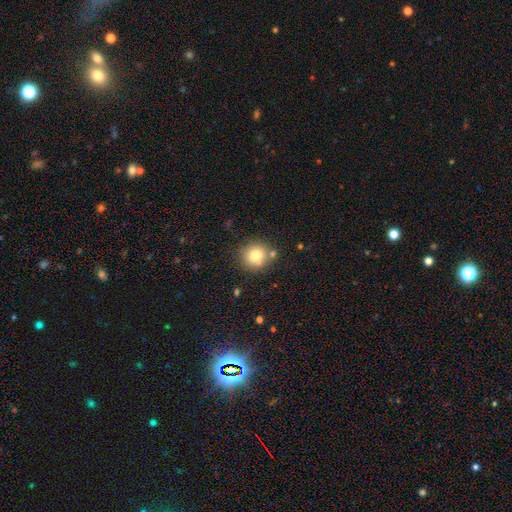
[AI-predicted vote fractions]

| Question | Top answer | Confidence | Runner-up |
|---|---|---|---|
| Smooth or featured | smooth | 76% | star or artifact (12%) |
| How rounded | round | 90% | in between (9%) |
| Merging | none | 78% | minor disturbance (11%) |